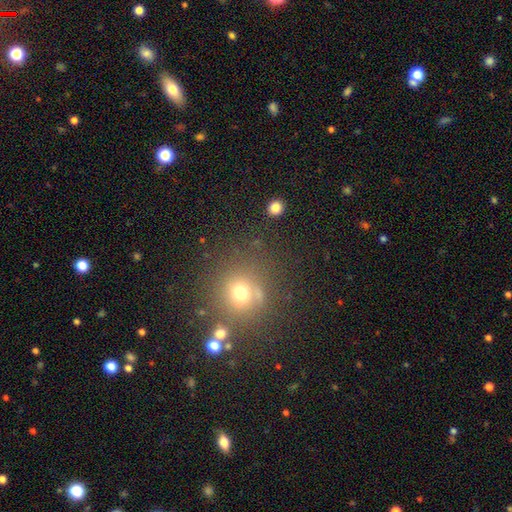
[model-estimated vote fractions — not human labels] Smooth or featured?
  - smooth: 51% *
  - star or artifact: 40%
  - featured or disk: 9%
How rounded?
  - round: 91% *
  - in between: 8%
  - cigar-shaped: 1%
Merging?
  - none: 82% *
  - minor disturbance: 8%
  - merger: 6%
  - major disturbance: 4%